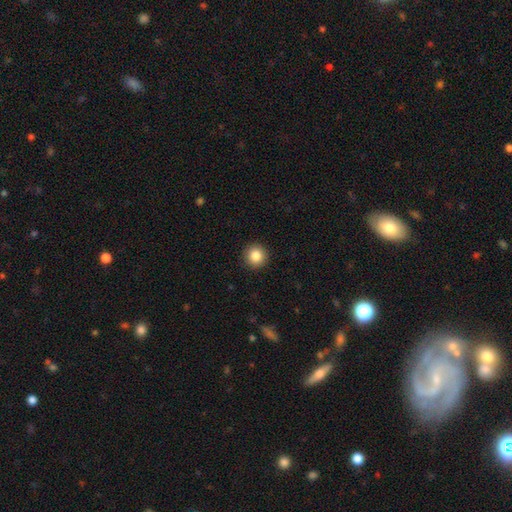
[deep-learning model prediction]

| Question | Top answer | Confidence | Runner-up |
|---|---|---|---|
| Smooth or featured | smooth | 85% | star or artifact (10%) |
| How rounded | round | 95% | in between (4%) |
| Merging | none | 93% | minor disturbance (5%) |